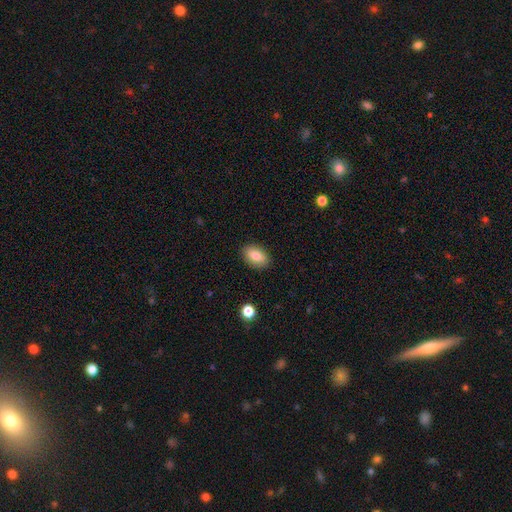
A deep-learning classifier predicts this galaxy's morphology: type=smooth (81%); roundness=in between (88%); merging=none (89%).